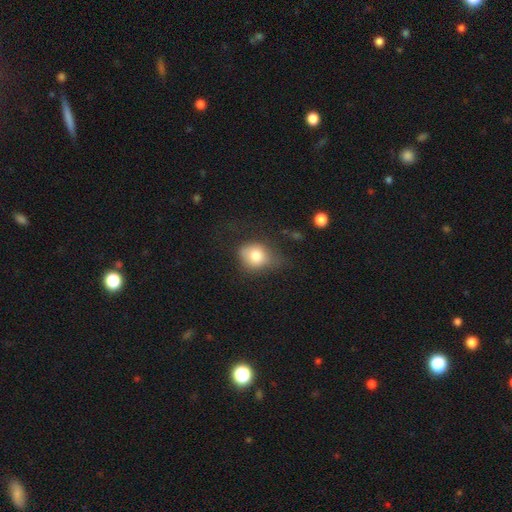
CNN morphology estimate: Overall: smooth (78%). How rounded: round (60%; in between 39%). Merging: none (46%; minor disturbance 34%).